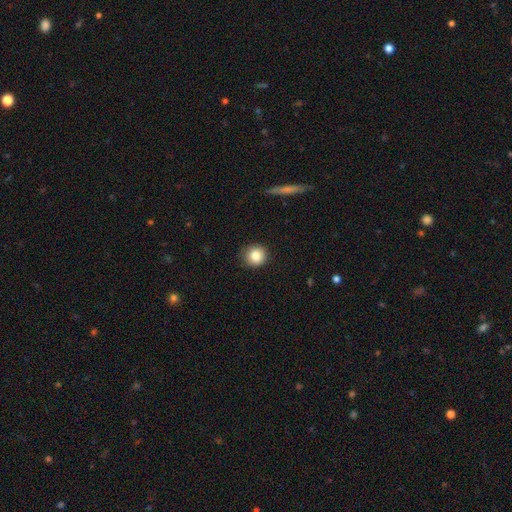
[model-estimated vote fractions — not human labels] smooth 84%, star or artifact 10%, featured or disk 7%. Down the decision tree: how rounded — round (90%); merging — none (86%).